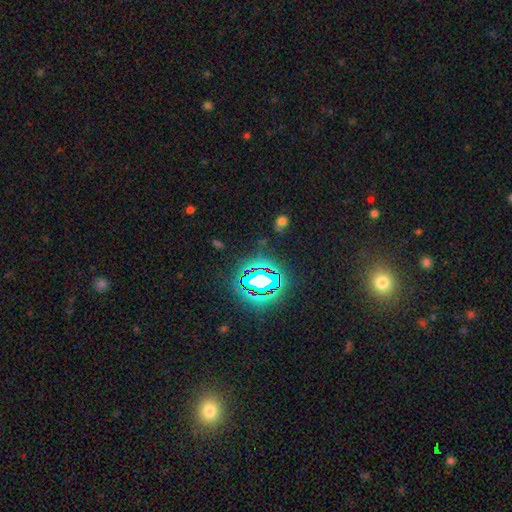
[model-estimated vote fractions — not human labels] This appears to be a star or artifact, not a galaxy (80%).